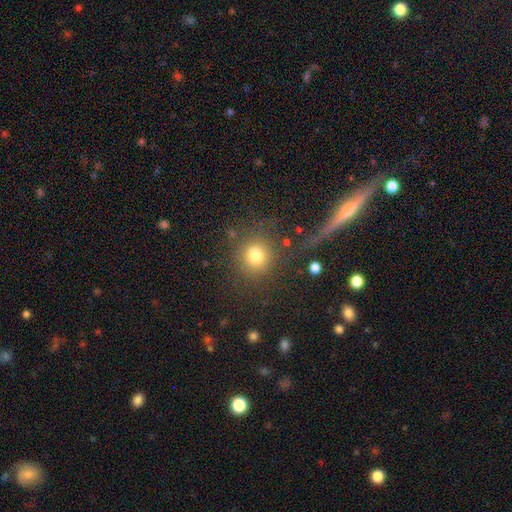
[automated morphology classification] This is likely a smooth galaxy (75%). How rounded: clearly round (82%). Merging: likely none (69%).